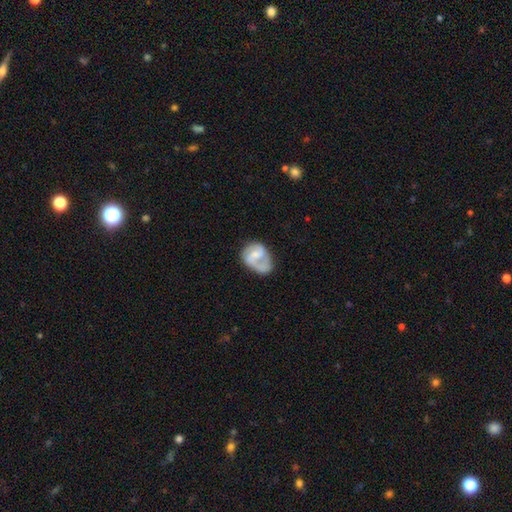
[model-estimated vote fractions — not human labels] Smooth or featured: featured or disk — 63% (smooth — 31%)
Edge-on disk: no — 98% (yes — 2%)
Bar: weak — 46% (no — 43%)
Spiral arms: yes — 83% (no — 17%)
Spiral winding: medium — 46% (loose — 31%)
Spiral arm count: 2 — 62% (1 — 24%)
Bulge size: small — 42% (moderate — 31%)
Merging: none — 43% (minor disturbance — 29%)